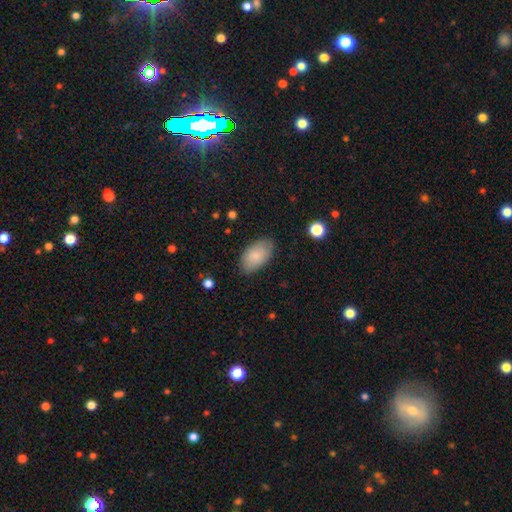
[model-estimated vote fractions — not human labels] A smooth galaxy with no disk features (84%) that is in between round and cigar-shaped (95%). Merging: none (82%).